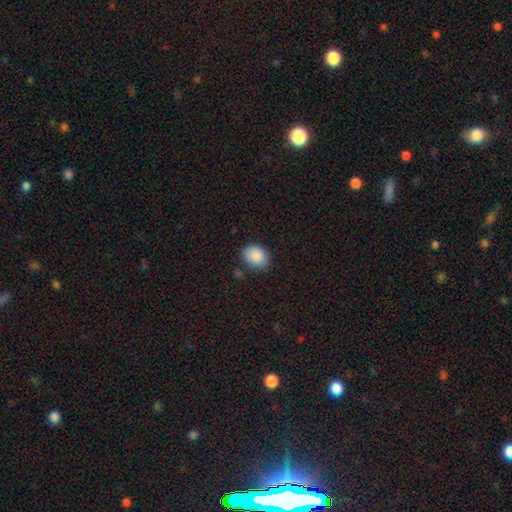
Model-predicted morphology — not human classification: Smooth or featured?
  - smooth: 89% *
  - star or artifact: 7%
  - featured or disk: 4%
How rounded?
  - in between: 50% *
  - round: 49%
  - cigar-shaped: 1%
Merging?
  - none: 79% *
  - minor disturbance: 15%
  - major disturbance: 3%
  - merger: 3%